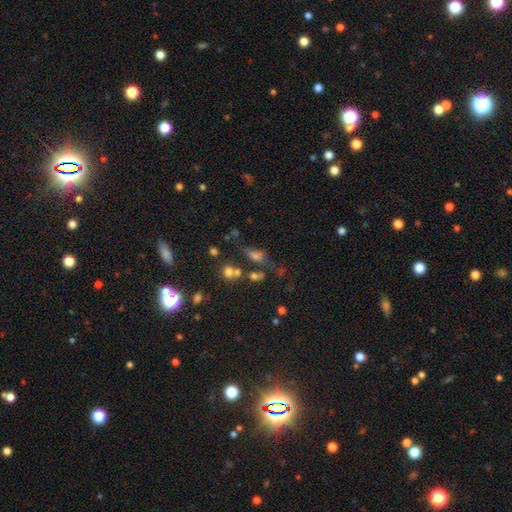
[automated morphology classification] Overall: smooth (63%). How rounded: in between (72%). Merging: none (41%; merger 22%).